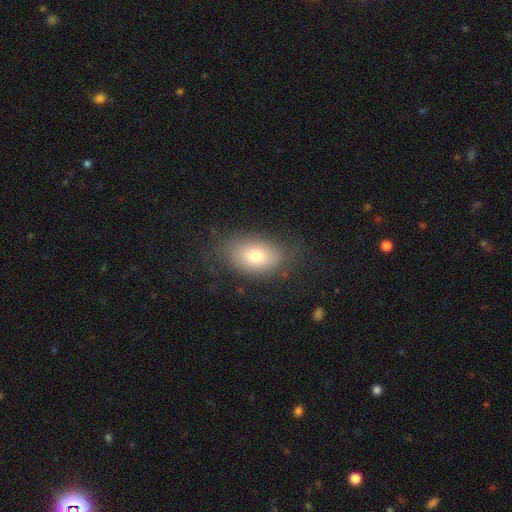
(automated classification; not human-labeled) Smooth or featured? Predicted: smooth (p=0.74). How rounded? Predicted: in between (p=0.83). Merging? Predicted: none (p=0.76).